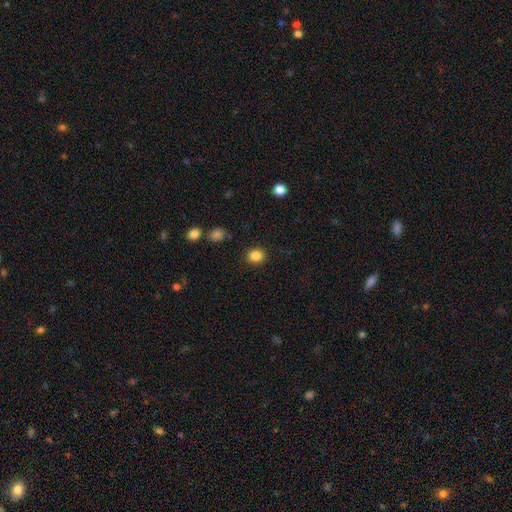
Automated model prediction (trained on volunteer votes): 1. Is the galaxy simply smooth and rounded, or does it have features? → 84% smooth, 11% star or artifact, 5% featured or disk.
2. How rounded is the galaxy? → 81% round, 18% in between, 1% cigar-shaped.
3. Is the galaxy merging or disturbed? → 89% none, 7% minor disturbance, 2% major disturbance, 1% merger.